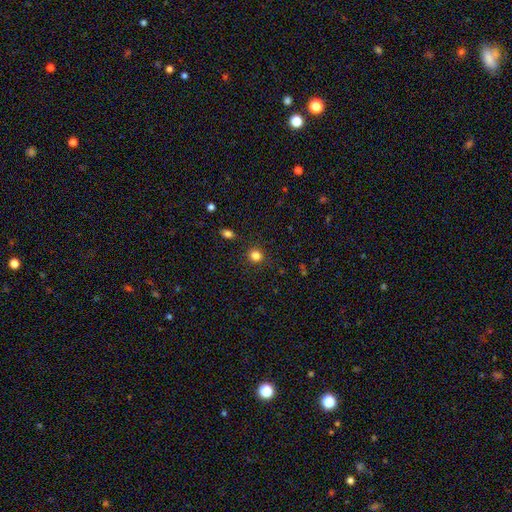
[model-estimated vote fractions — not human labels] Morphology: type=smooth (83%); roundness=round (86%); merging=none (89%).